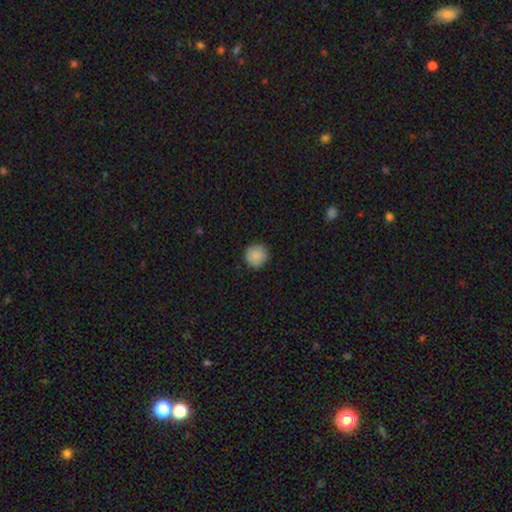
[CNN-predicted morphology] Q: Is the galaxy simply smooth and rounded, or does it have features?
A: smooth — 89%.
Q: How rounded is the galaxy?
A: round — 94%.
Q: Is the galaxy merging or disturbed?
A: none — 90%.